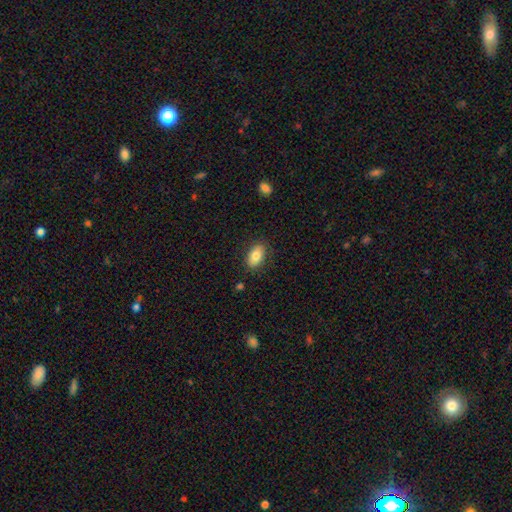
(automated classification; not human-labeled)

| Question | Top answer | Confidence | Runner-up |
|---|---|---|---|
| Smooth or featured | smooth | 81% | featured or disk (12%) |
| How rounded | in between | 91% | round (6%) |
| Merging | none | 85% | minor disturbance (11%) |